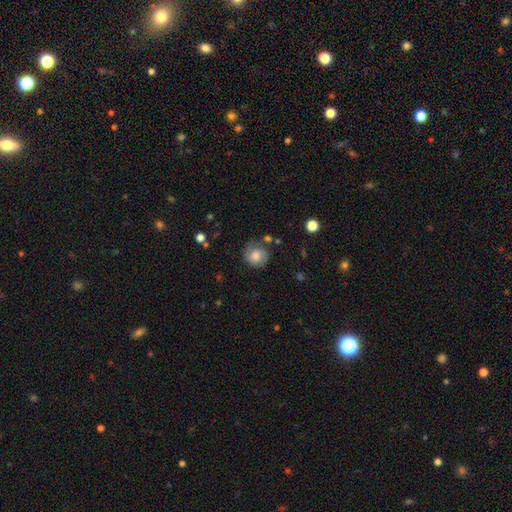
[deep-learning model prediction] Smooth or featured? Predicted: smooth (p=0.70). How rounded? Predicted: round (p=0.86). Merging? Predicted: none (p=0.73).